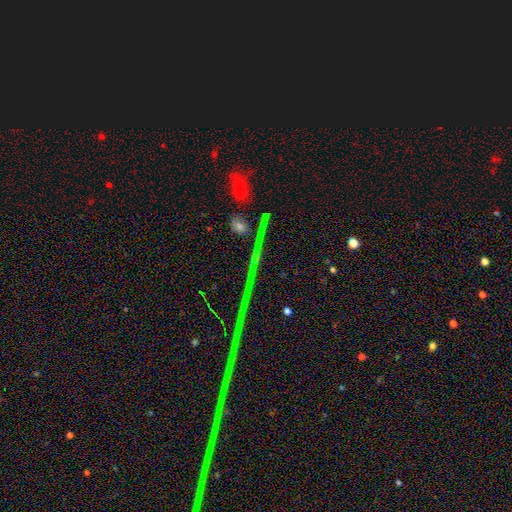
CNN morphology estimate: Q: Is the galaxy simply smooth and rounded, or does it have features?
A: star or artifact — 86%.